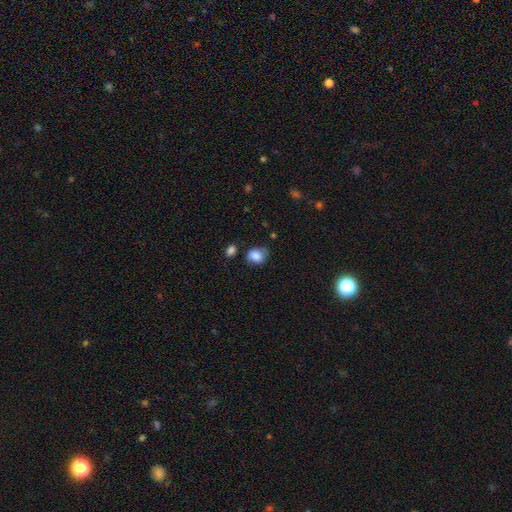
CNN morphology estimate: A smooth galaxy with no disk features (82%) that is in between round and cigar-shaped (50%). Merging: none (54%).